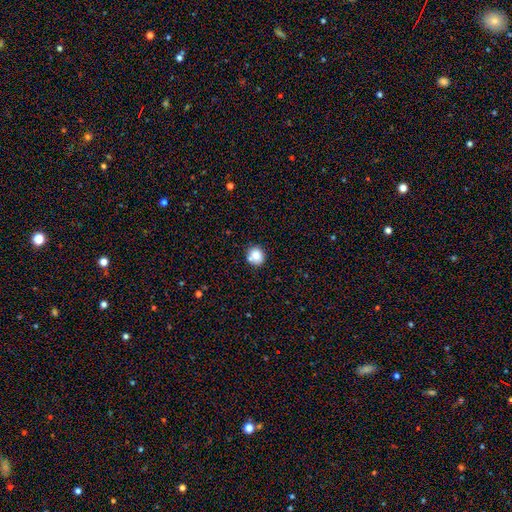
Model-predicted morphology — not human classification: The model was most divided on "merging": none: 71%, minor disturbance: 13%, merger: 12%, major disturbance: 3%. More confident: smooth or featured — smooth (81%); how rounded — round (80%).